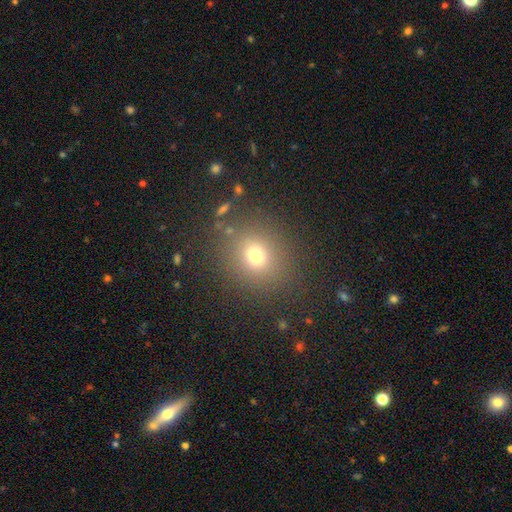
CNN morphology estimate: A smooth galaxy with no disk features (71%) that is round (81%). Merging: none (83%).